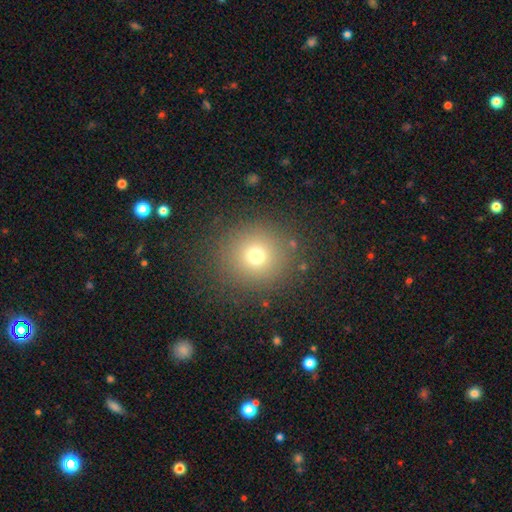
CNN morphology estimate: smooth-or-featured: smooth: 71% | star or artifact: 19% | featured or disk: 11%
  how-rounded: round: 93% | in between: 6% | cigar-shaped: 1%
  merging: none: 87% | minor disturbance: 7% | major disturbance: 4% | merger: 2%